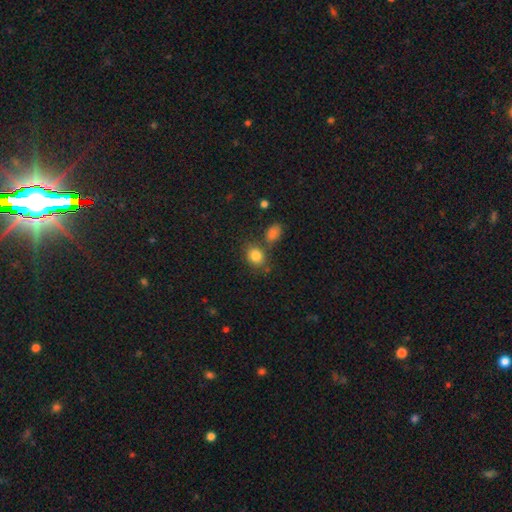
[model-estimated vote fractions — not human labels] Smooth or featured?
  - smooth: 83% *
  - star or artifact: 10%
  - featured or disk: 6%
How rounded?
  - round: 51% *
  - in between: 48%
  - cigar-shaped: 1%
Merging?
  - none: 63% *
  - merger: 20%
  - minor disturbance: 13%
  - major disturbance: 4%